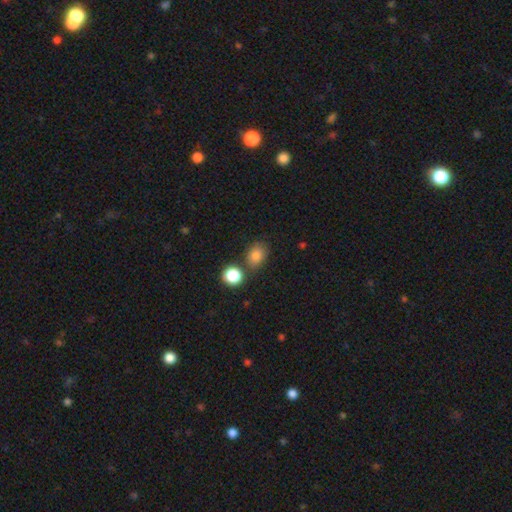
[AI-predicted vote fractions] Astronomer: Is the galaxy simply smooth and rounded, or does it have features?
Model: smooth — 82%.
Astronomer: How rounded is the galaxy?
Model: in between — 61% (runner-up: round, 38%).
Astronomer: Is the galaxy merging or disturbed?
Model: none — 69%.